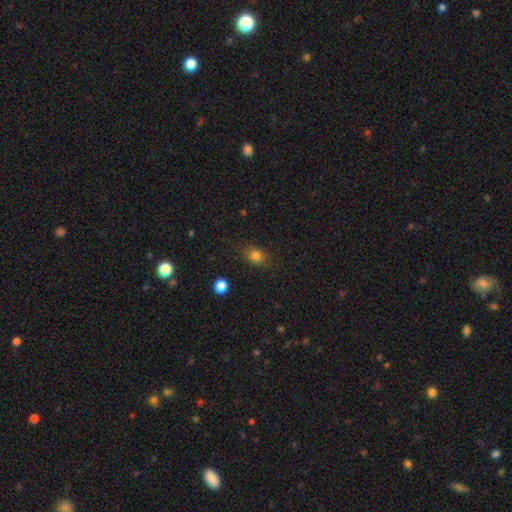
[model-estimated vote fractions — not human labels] smooth-or-featured: smooth: 81% | star or artifact: 13% | featured or disk: 6%
  how-rounded: in between: 49% (tied) | round: 49% (tied) | cigar-shaped: 2%
  merging: none: 83% | minor disturbance: 12% | major disturbance: 4% | merger: 1%